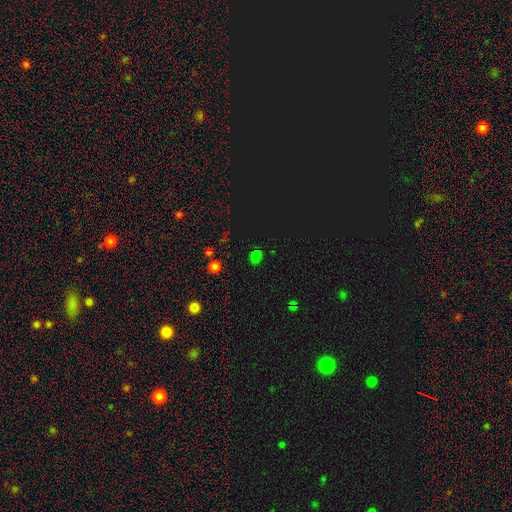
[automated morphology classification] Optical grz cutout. It shows a smooth galaxy with no disk features (50%). Merging: none (80%).